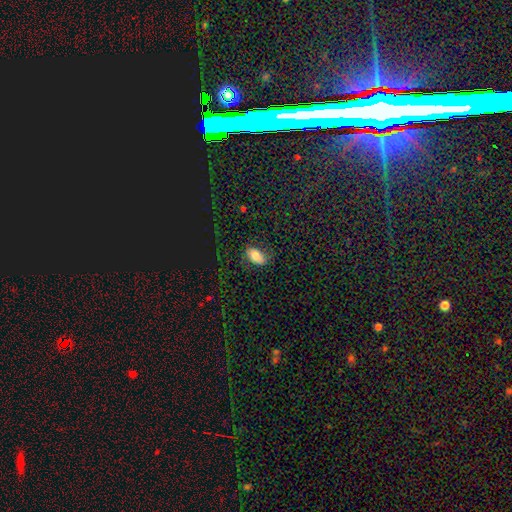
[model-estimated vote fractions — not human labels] Smooth or featured: smooth — 72% (featured or disk — 16%)
How rounded: in between — 92% (round — 6%)
Merging: none — 73% (minor disturbance — 16%)